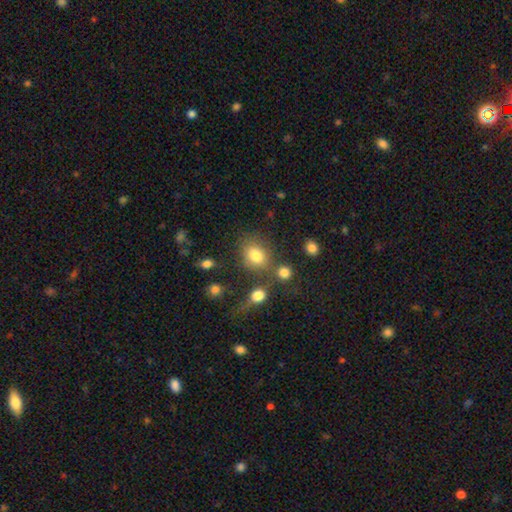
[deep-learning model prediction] The model was most divided on "how rounded": round: 54%, in between: 44%, cigar-shaped: 1%. More confident: smooth or featured — smooth (78%); merging — none (63%).